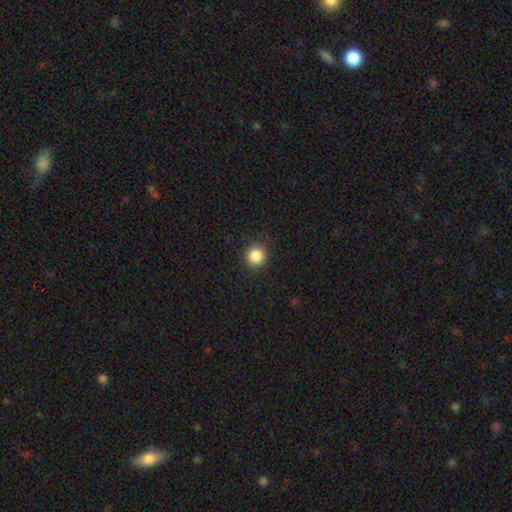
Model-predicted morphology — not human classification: Overall: smooth (87%). How rounded: round (91%). Merging: none (90%).